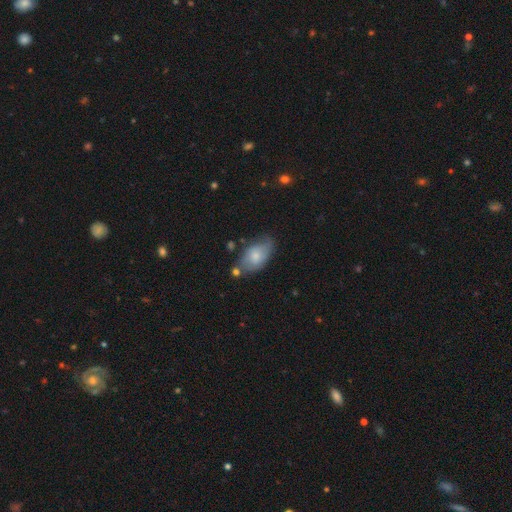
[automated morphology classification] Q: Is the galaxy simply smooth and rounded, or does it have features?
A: smooth — 67%.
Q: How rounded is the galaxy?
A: in between — 92%.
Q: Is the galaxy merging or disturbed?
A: none — 56%.